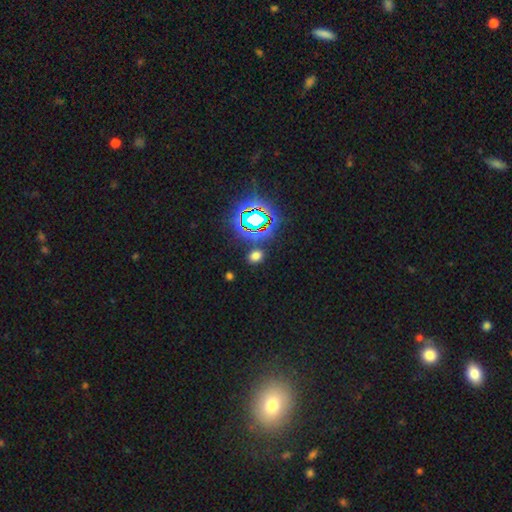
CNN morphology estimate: Smooth or featured? smooth (60%)
How rounded? in between (62%)
Merging? none (83%)